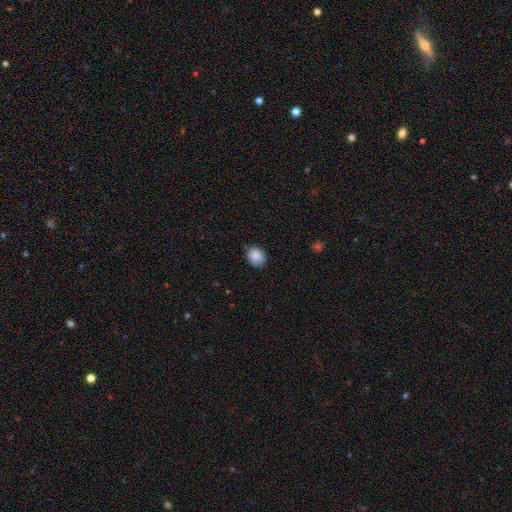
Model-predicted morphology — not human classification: type=smooth (88%); roundness=round (52%); merging=none (82%).